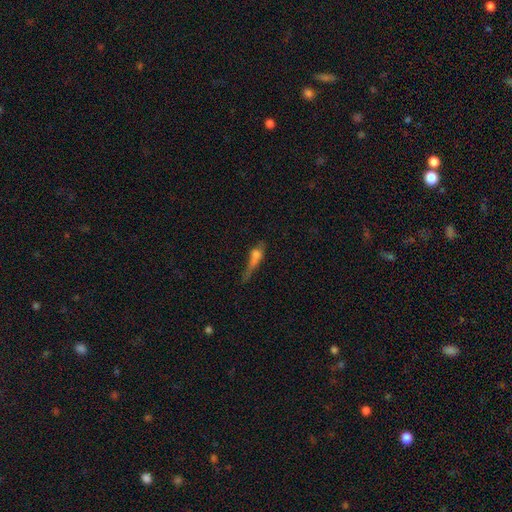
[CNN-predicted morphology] type=smooth (53%); roundness=cigar-shaped (63%); merging=major disturbance (35%).